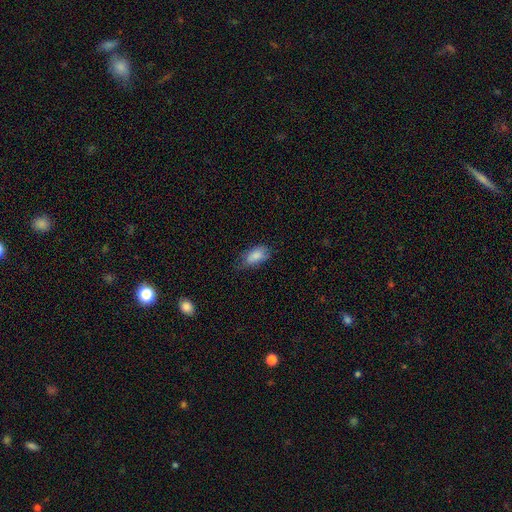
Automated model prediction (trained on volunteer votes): A smooth galaxy with no disk features (83%) that is in between round and cigar-shaped (91%).

Vote fractions:
- Smooth or featured? smooth: 83% / featured or disk: 9% / star or artifact: 7%
- How rounded? in between: 91% / cigar-shaped: 5% / round: 4%
- Merging? none: 55% / minor disturbance: 33% / major disturbance: 10% / merger: 2%